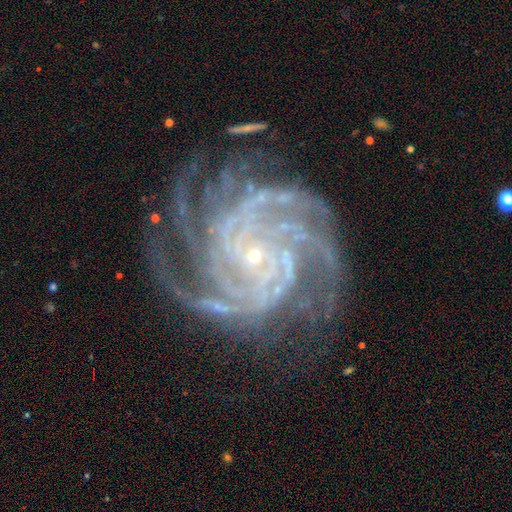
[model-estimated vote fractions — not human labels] Q: Smooth or featured?
A: featured or disk (92%); runner-up: star or artifact (6%)
Q: Edge-on disk?
A: no (98%); runner-up: yes (2%)
Q: Bar?
A: no (66%); runner-up: weak (21%)
Q: Spiral arms?
A: yes (99%); runner-up: no (1%)
Q: Spiral winding?
A: tight (71%); runner-up: medium (26%)
Q: Spiral arm count?
A: 4 (32%); runner-up: more than 4 (29%)
Q: Bulge size?
A: small (89%); runner-up: moderate (7%)
Q: Merging?
A: none (75%); runner-up: minor disturbance (15%)